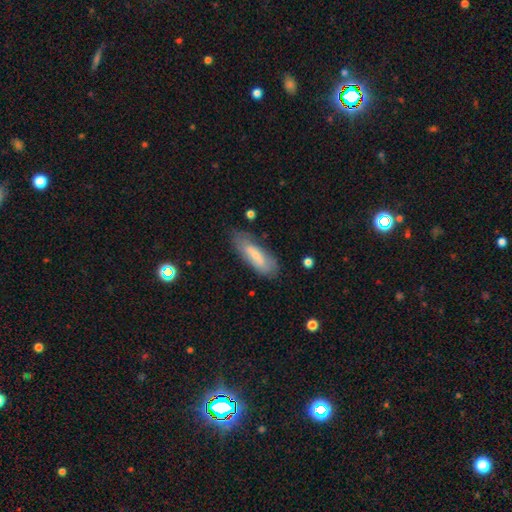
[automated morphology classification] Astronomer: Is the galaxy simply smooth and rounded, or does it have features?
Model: smooth — 63%.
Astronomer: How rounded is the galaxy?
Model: in between — 54% (runner-up: cigar-shaped, 44%).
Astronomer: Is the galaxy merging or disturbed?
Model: none — 69%.